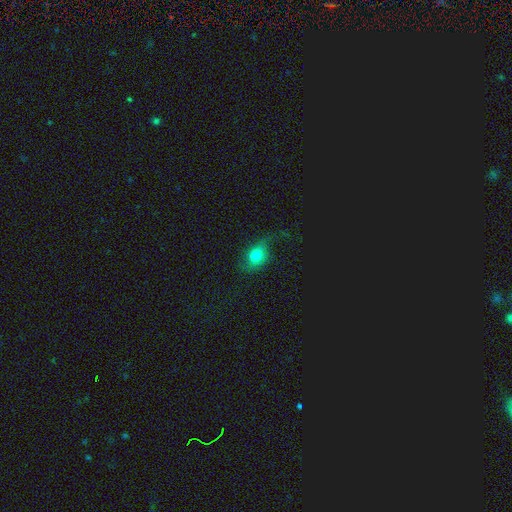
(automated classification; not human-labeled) The model was most divided on "merging": none: 53%, minor disturbance: 27%, major disturbance: 18%, merger: 2%. More confident: smooth or featured — smooth (70%); how rounded — in between (66%).